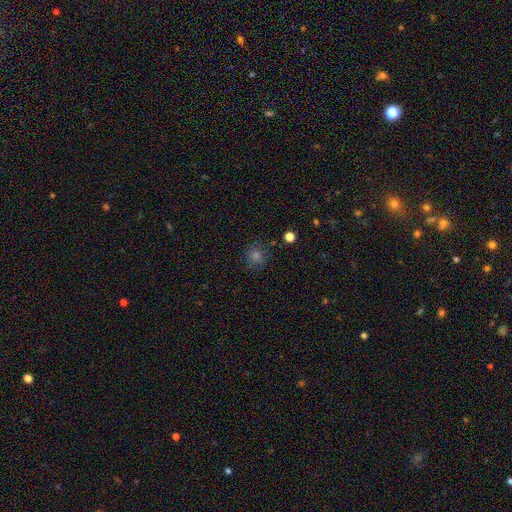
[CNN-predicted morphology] Q: Smooth or featured?
A: smooth (68%); runner-up: star or artifact (24%)
Q: How rounded?
A: round (89%); runner-up: in between (10%)
Q: Merging?
A: none (86%); runner-up: minor disturbance (10%)